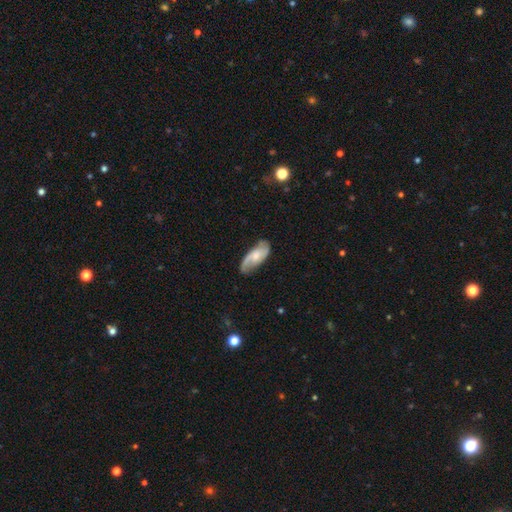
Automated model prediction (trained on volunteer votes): A featured or disk galaxy (64%) with no bar (55%), 2 (78%) medium (41%) spiral arms (90%) and a moderate central bulge (44%).

Vote fractions:
- Smooth or featured? featured or disk: 64% / smooth: 30% / star or artifact: 6%
- Edge-on disk? no: 92% / yes: 8%
- Bar? no: 55% / weak: 37% / strong: 8%
- Spiral arms? yes: 90% / no: 10%
- Spiral winding? medium: 41% / loose: 40% / tight: 20%
- Spiral arm count? 2: 78% / can't tell: 10% / 1: 8% / 3: 2% / 4: 1% / more than 4: 1%
- Bulge size? moderate: 44% / small: 42% / none: 8% / large: 5% / dominant: 1%
- Merging? none: 70% / minor disturbance: 22% / major disturbance: 7% / merger: 2%